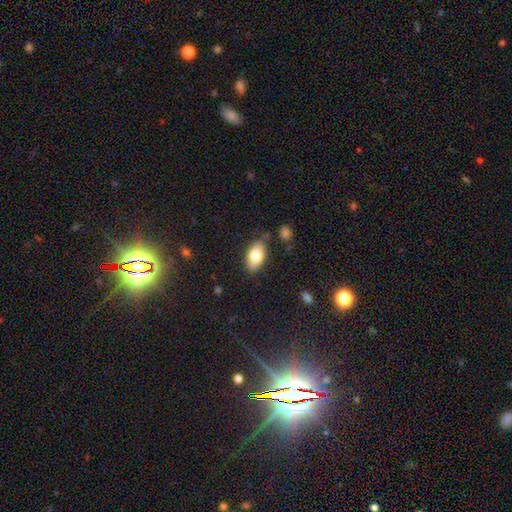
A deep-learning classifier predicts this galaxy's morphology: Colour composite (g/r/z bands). It shows a smooth galaxy with no disk features (80%) that is in between round and cigar-shaped (92%). Merging: none (81%).